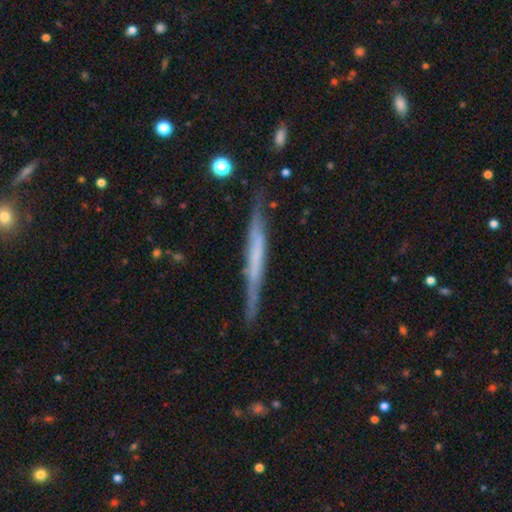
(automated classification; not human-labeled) Q: Smooth or featured?
A: featured or disk (60%); runner-up: smooth (34%)
Q: Edge-on disk?
A: yes (95%); runner-up: no (5%)
Q: Edge-on bulge?
A: none (71%); runner-up: boxy (17%)
Q: Merging?
A: none (79%); runner-up: minor disturbance (16%)